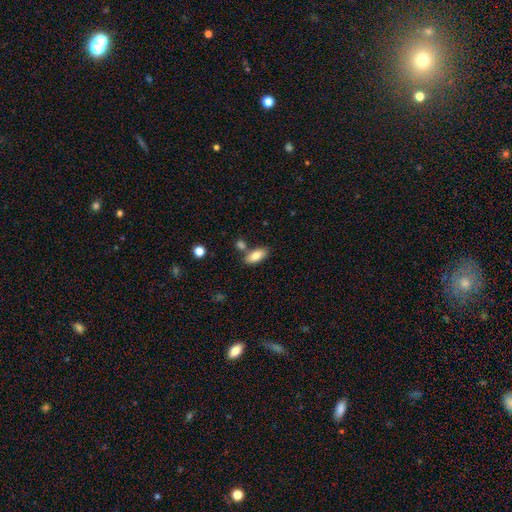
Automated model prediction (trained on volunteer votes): Overall: smooth (82%). How rounded: in between (87%). Merging: none (73%).